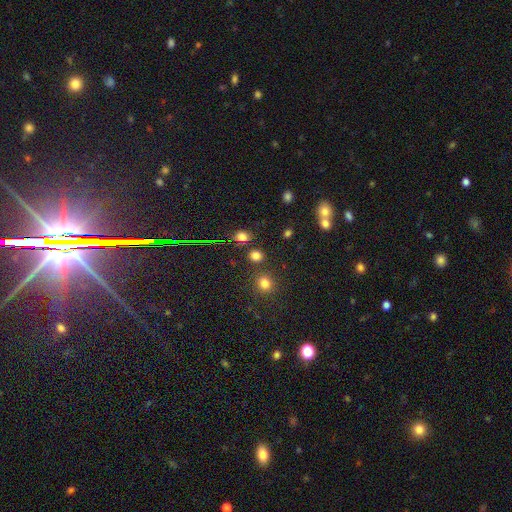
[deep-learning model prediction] Smooth or featured? Predicted: smooth (p=0.72). How rounded? Predicted: round (p=0.81). Merging? Predicted: none (p=0.79).